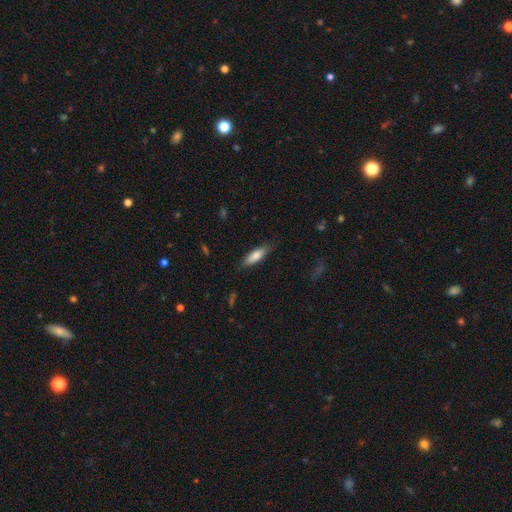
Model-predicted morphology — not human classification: smooth-or-featured: smooth: 76% | featured or disk: 18% | star or artifact: 6%
  how-rounded: cigar-shaped: 55% | in between: 43% | round: 2%
  merging: none: 82% | minor disturbance: 14% | major disturbance: 3% | merger: 1%